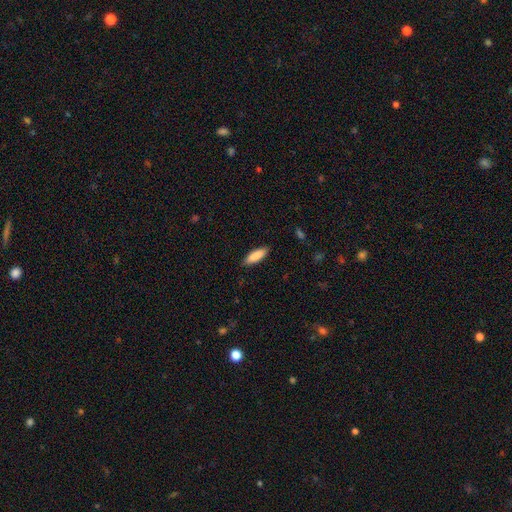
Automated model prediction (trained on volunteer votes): smooth_or_featured: smooth (p=0.87) [alt: featured or disk p=0.07]
how_rounded: in between (p=0.51) [alt: cigar-shaped p=0.48]
merging: none (p=0.86) [alt: minor disturbance p=0.11]